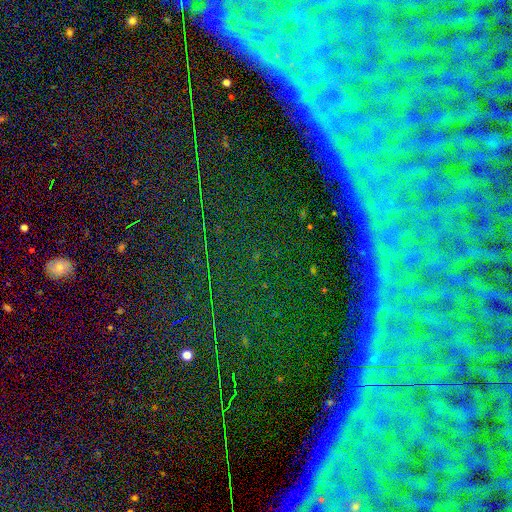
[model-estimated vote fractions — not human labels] Q: Smooth or featured?
A: star or artifact (80%); runner-up: featured or disk (11%)